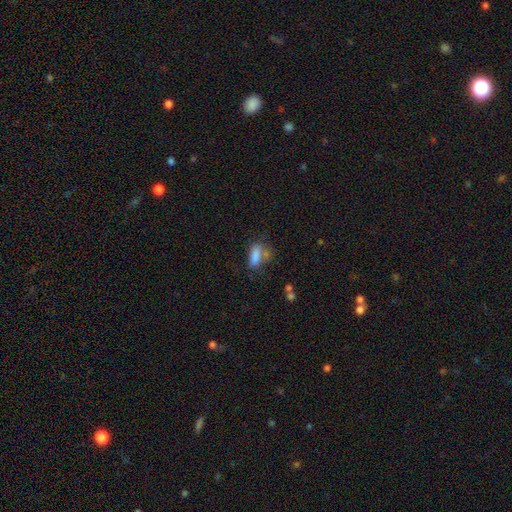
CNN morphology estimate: Overall: smooth (79%). How rounded: in between (71%). Merging: none (45%; minor disturbance 22%).